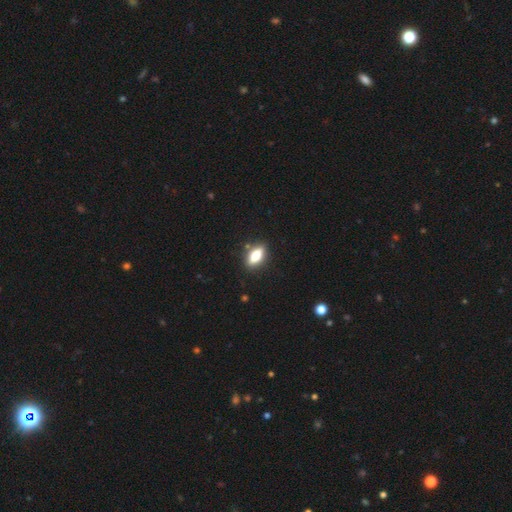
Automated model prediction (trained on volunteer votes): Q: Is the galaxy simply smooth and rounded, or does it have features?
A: smooth — 70%.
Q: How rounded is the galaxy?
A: in between — 79%.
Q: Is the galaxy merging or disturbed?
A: none — 85%.